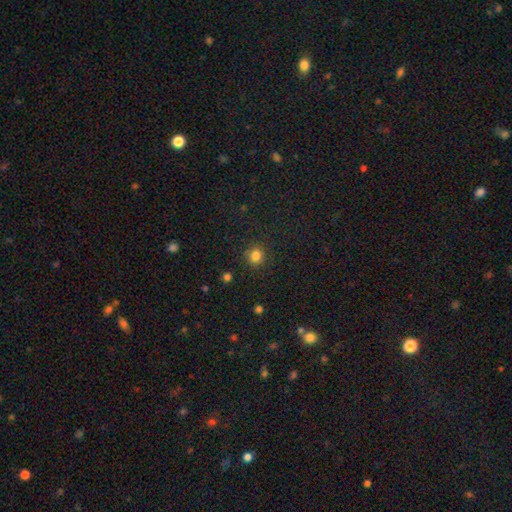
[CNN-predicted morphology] smooth-or-featured: smooth: 83% | star or artifact: 13% | featured or disk: 4%
  how-rounded: round: 89% | in between: 10% | cigar-shaped: 1%
  merging: none: 89% | minor disturbance: 7% | major disturbance: 3% | merger: 1%